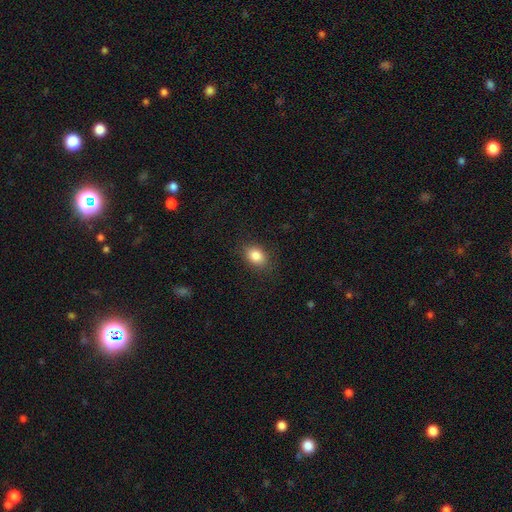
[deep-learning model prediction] smooth_or_featured: smooth (p=0.85) [alt: star or artifact p=0.09]
how_rounded: in between (p=0.71) [alt: round p=0.27]
merging: none (p=0.85) [alt: minor disturbance p=0.11]